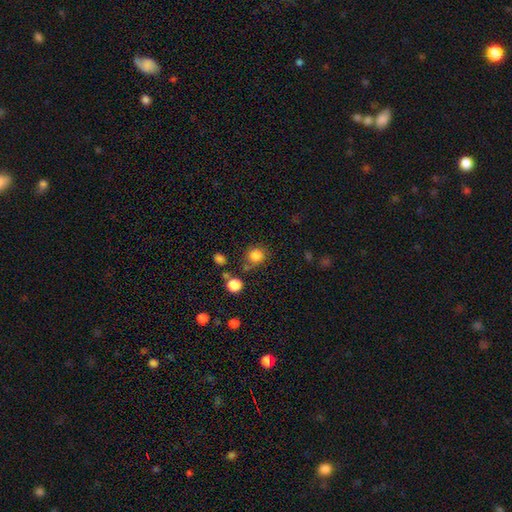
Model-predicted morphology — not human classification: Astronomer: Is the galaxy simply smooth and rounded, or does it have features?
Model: smooth — 83%.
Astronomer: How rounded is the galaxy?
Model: round — 87%.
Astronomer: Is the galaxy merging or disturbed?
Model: none — 74%.